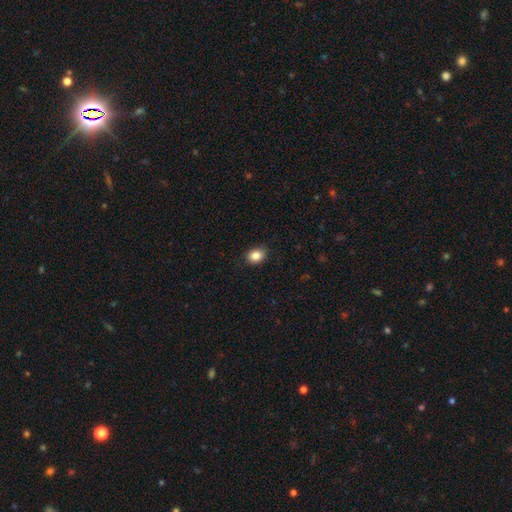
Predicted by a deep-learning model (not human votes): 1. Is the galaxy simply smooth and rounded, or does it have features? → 85% smooth, 10% star or artifact, 5% featured or disk.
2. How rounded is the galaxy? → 53% in between, 46% round, 1% cigar-shaped.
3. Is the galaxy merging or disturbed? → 86% none, 11% minor disturbance, 2% major disturbance, 1% merger.